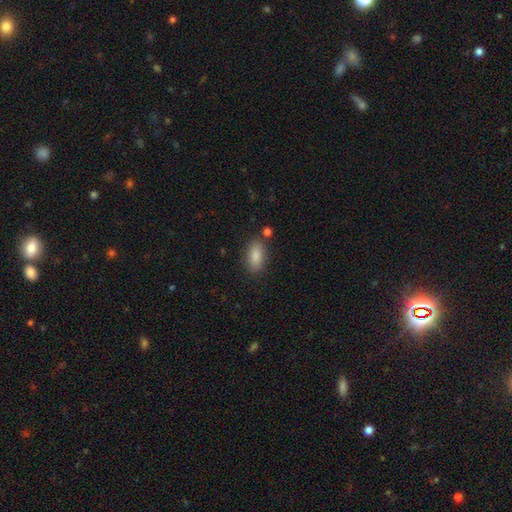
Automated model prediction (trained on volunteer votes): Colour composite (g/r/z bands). It shows a smooth galaxy with no disk features (85%) that is in between round and cigar-shaped (86%). Merging: none (81%).